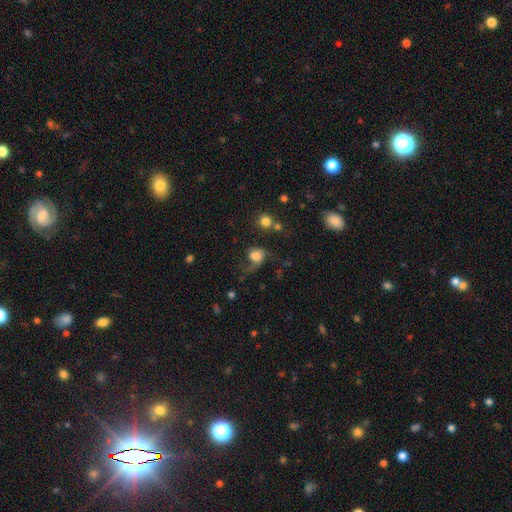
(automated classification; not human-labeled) A smooth galaxy with no disk features (63%) that is round (66%).

Vote fractions:
- Smooth or featured? smooth: 63% / featured or disk: 25% / star or artifact: 11%
- How rounded? round: 66% / in between: 33% / cigar-shaped: 1%
- Merging? major disturbance: 40% / none: 32% / minor disturbance: 21% / merger: 6%